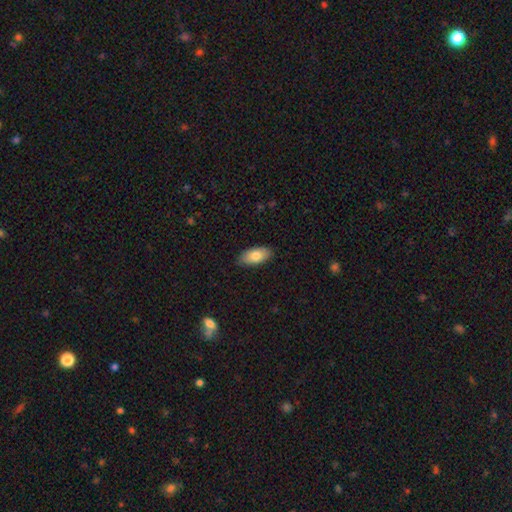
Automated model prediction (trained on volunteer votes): Q: Smooth or featured?
A: smooth (80%); runner-up: featured or disk (14%)
Q: How rounded?
A: in between (91%); runner-up: cigar-shaped (6%)
Q: Merging?
A: none (87%); runner-up: minor disturbance (10%)